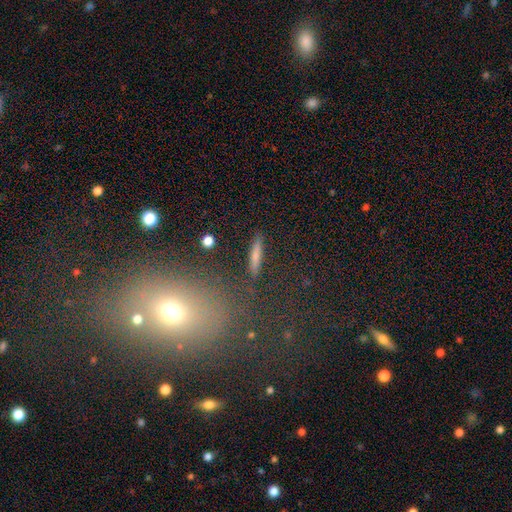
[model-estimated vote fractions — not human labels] smooth_or_featured: smooth (p=0.71) [alt: featured or disk p=0.20]
how_rounded: cigar-shaped (p=0.89) [alt: in between p=0.08]
merging: none (p=0.88) [alt: minor disturbance p=0.08]